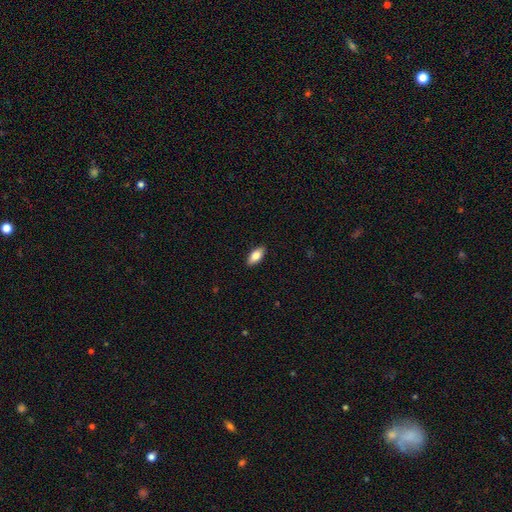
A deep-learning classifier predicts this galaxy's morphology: Smooth or featured? smooth (81%)
How rounded? in between (86%)
Merging? none (90%)